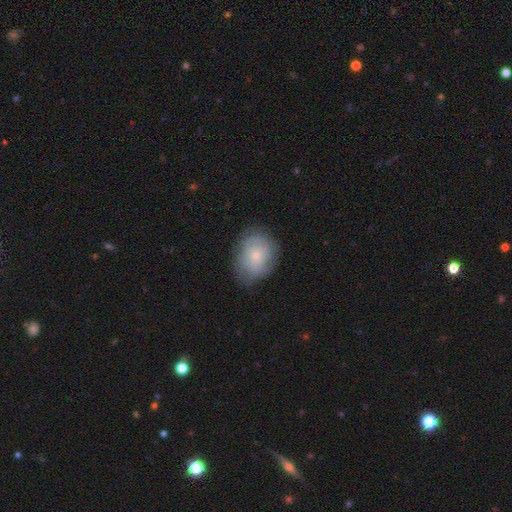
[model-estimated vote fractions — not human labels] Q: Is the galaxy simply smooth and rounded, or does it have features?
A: smooth — 50%.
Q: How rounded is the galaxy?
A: round — 51%.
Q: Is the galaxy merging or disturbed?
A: none — 71%.